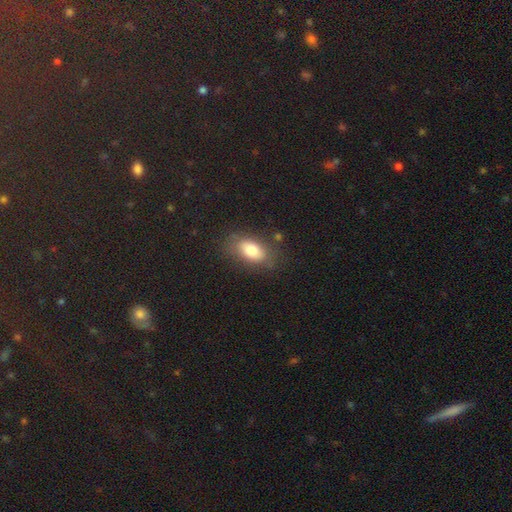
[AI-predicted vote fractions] Overall: smooth (73%). How rounded: in between (87%). Merging: none (80%).